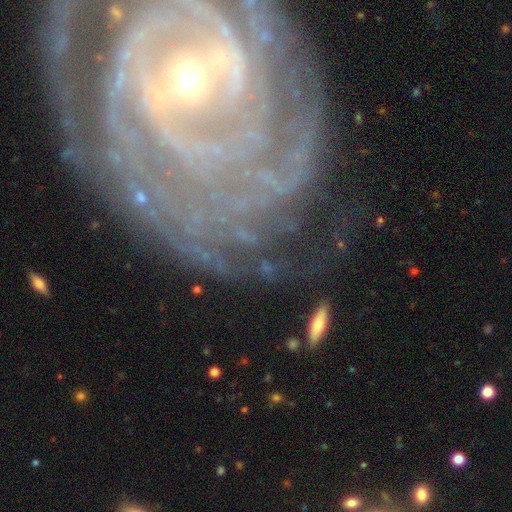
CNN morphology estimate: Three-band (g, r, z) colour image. It shows a featured or disk galaxy (87%) with no bar (38%), tight (74%) spiral arms (94%) and a small central bulge (68%). Merging: none (68%).